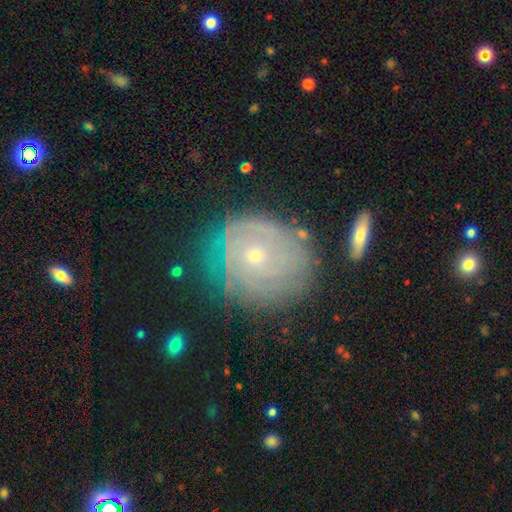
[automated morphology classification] type=featured or disk (73%); edge-on=no (96%); bar=no (82%); spiral arms=yes (85%); winding=tight (80%); arm count=can't tell (52%); bulge=small (68%); merging=none (73%).